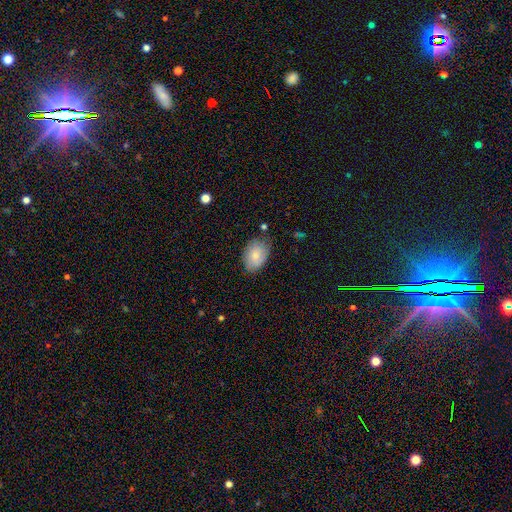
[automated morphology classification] type=smooth (77%); roundness=in between (83%); merging=none (71%).